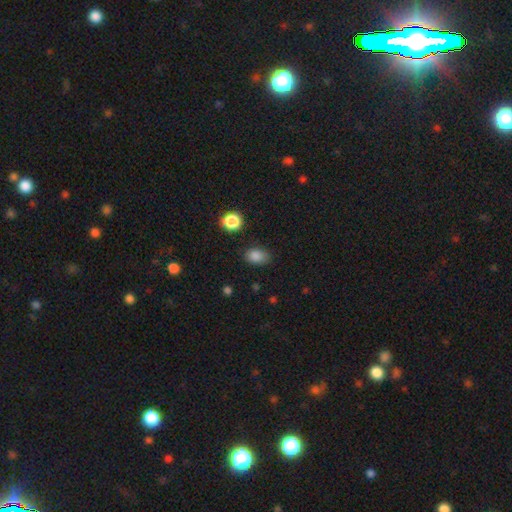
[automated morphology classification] This is clearly a smooth galaxy (83%). How rounded: likely in between (79%). Merging: likely none (80%).